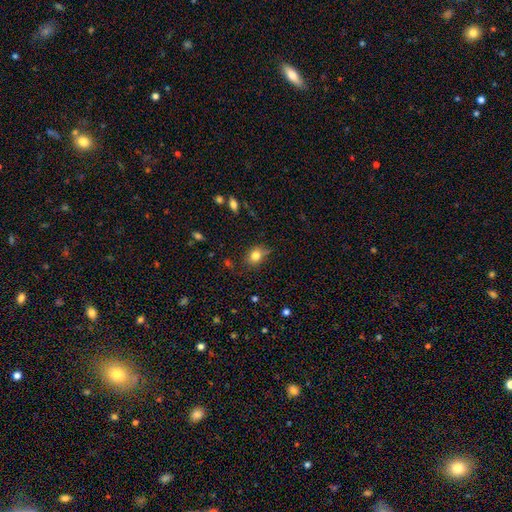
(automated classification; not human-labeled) A smooth galaxy with no disk features (80%) that is round (52%). Merging: none (70%).